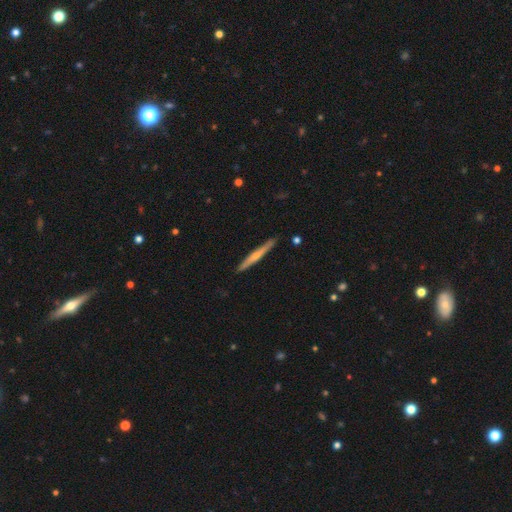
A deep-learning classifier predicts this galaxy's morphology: Smooth or featured? featured or disk (50%)
Merging? none (88%)